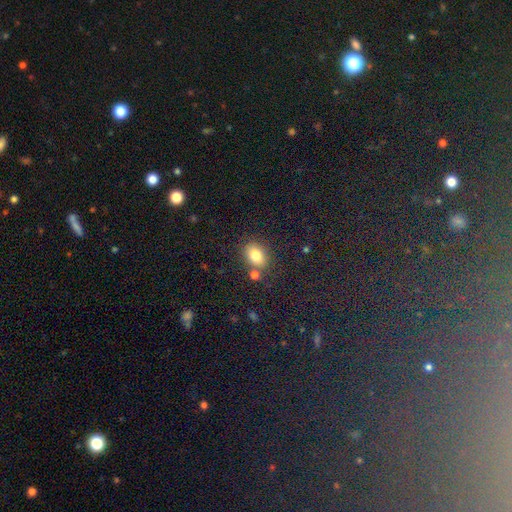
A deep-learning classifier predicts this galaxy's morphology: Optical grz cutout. It shows a smooth galaxy with no disk features (82%) that is in between round and cigar-shaped (75%). Merging: none (72%).